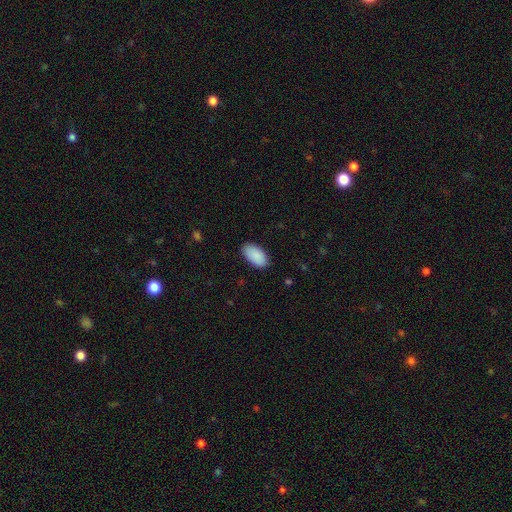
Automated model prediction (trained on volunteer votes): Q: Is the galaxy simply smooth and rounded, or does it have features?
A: smooth — 91%.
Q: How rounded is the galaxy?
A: in between — 96%.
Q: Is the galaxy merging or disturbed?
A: none — 87%.